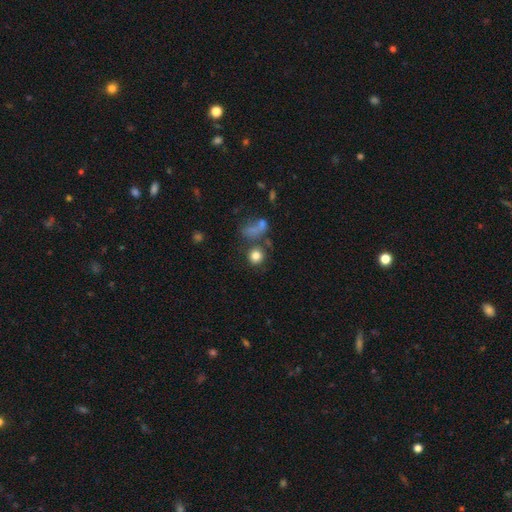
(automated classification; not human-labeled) smooth_or_featured: smooth (p=0.80) [alt: star or artifact p=0.12]
how_rounded: round (p=0.88) [alt: in between p=0.10]
merging: none (p=0.69) [alt: merger p=0.14]